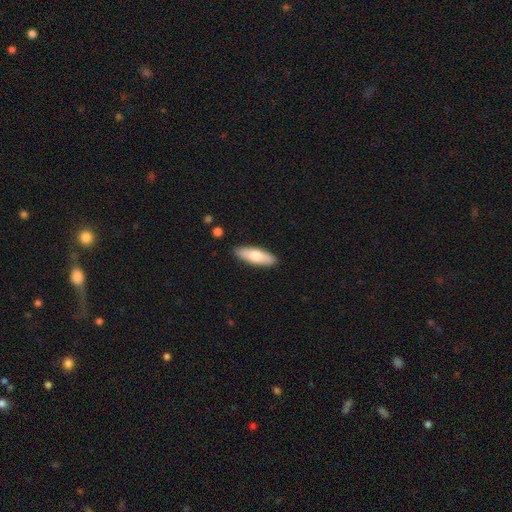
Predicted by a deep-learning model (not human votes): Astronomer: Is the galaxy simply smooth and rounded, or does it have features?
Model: smooth — 70%.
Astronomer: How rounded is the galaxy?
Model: in between — 54% (runner-up: cigar-shaped, 44%).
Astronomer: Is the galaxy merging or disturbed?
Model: none — 88%.